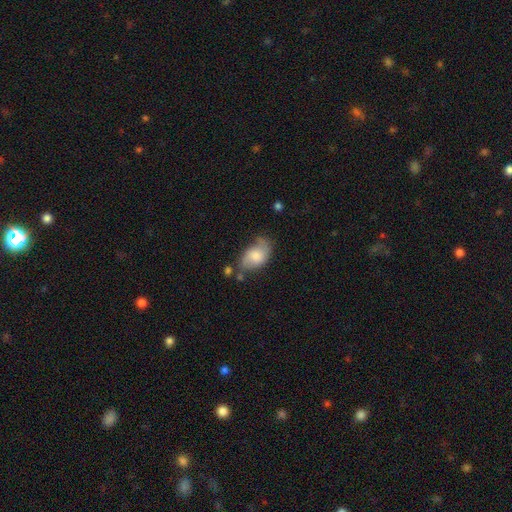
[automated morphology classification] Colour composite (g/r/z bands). It shows a smooth galaxy with no disk features (61%) that is in between round and cigar-shaped (90%). Merging: none (47%).